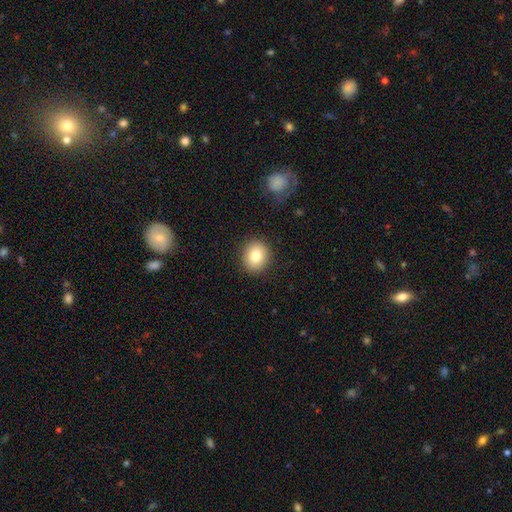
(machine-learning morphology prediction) type=smooth (82%); roundness=round (74%); merging=none (89%).